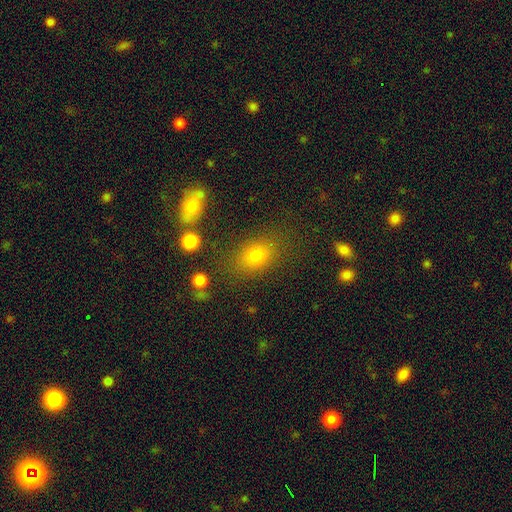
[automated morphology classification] Smooth or featured? smooth (75%)
How rounded? in between (69%)
Merging? none (77%)